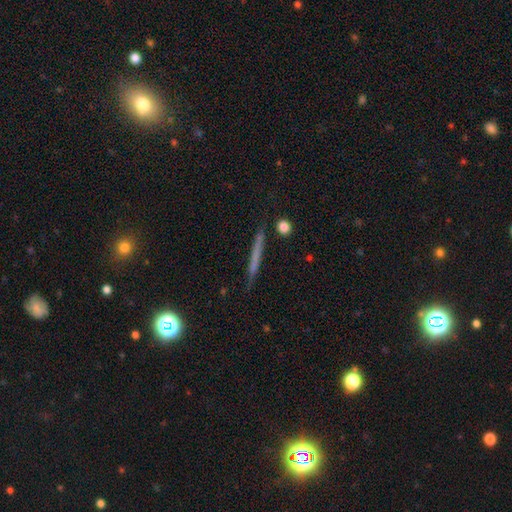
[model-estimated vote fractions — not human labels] Overall: smooth (49%; featured or disk 41%). Merging: none (87%).